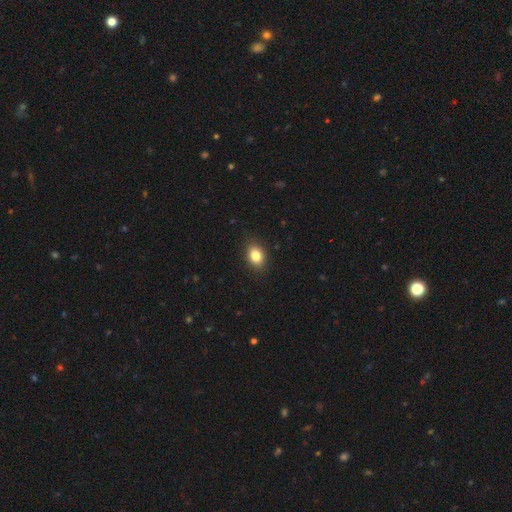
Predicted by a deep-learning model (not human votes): Morphology: type=smooth (84%); roundness=in between (74%); merging=none (87%).